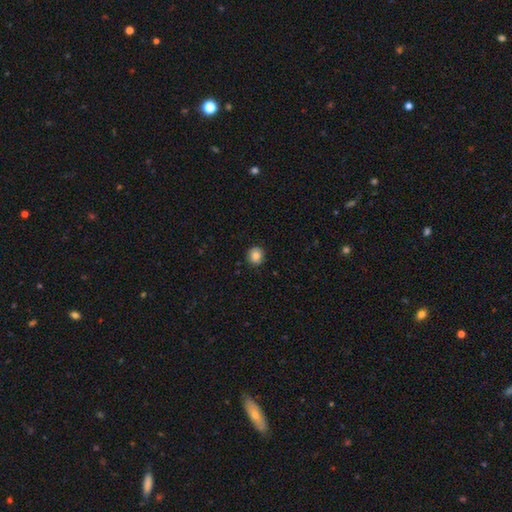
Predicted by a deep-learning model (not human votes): Smooth or featured? Predicted: smooth (p=0.84). How rounded? Predicted: round (p=0.90). Merging? Predicted: none (p=0.90).